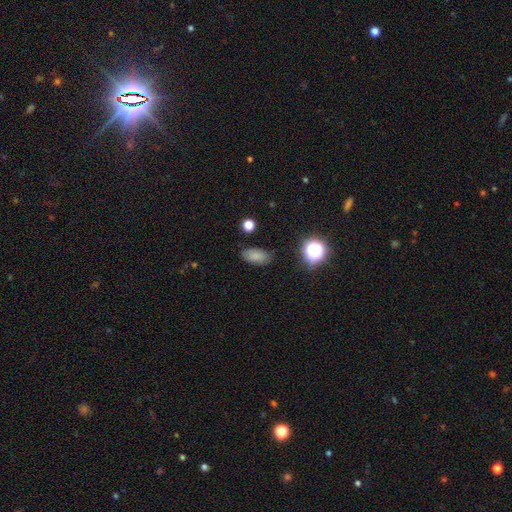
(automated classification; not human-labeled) Overall: smooth (79%). How rounded: in between (89%). Merging: none (82%).